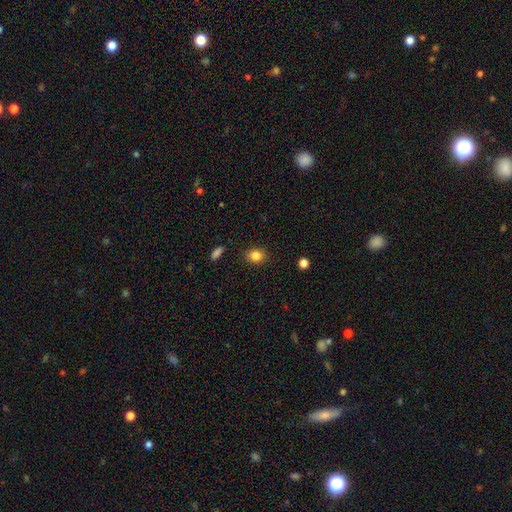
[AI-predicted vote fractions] This appears to be a smooth galaxy with no disk features (84%) that is round (56%). Merging: none (87%).